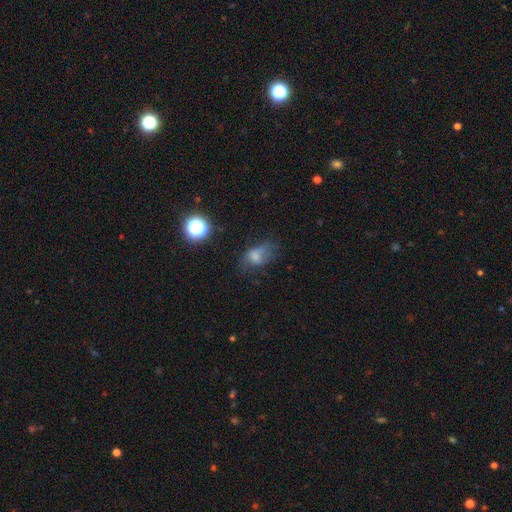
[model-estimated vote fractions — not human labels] Smooth or featured?
  - smooth: 63% *
  - featured or disk: 20%
  - star or artifact: 17%
How rounded?
  - in between: 79% *
  - round: 18%
  - cigar-shaped: 3%
Merging?
  - none: 40% *
  - minor disturbance: 30%
  - major disturbance: 26%
  - merger: 4%